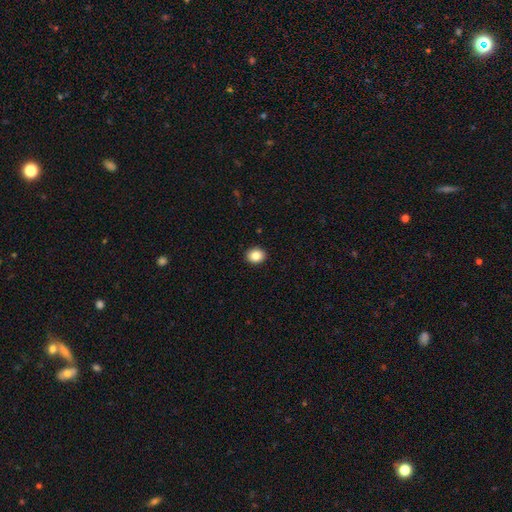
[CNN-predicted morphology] type=smooth (86%); roundness=round (61%); merging=none (92%).